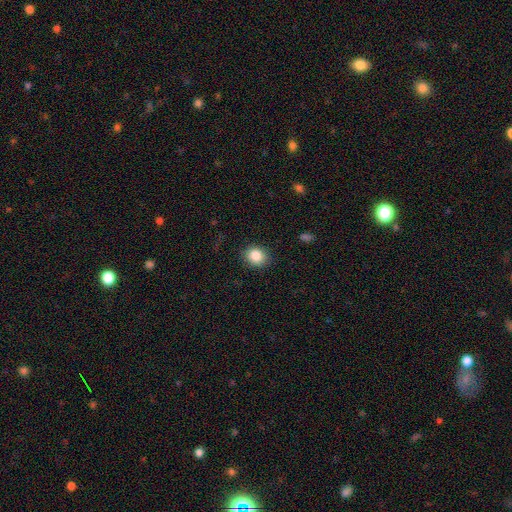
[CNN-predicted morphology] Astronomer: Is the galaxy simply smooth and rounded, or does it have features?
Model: smooth — 86%.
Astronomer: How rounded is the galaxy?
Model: round — 62%.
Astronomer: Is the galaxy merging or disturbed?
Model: none — 87%.